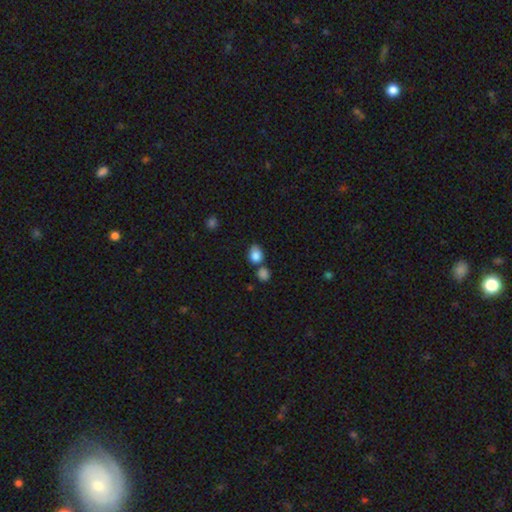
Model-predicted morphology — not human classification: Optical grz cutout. It shows a smooth galaxy with no disk features (85%) that is in between round and cigar-shaped (57%). Merging: none (56%).